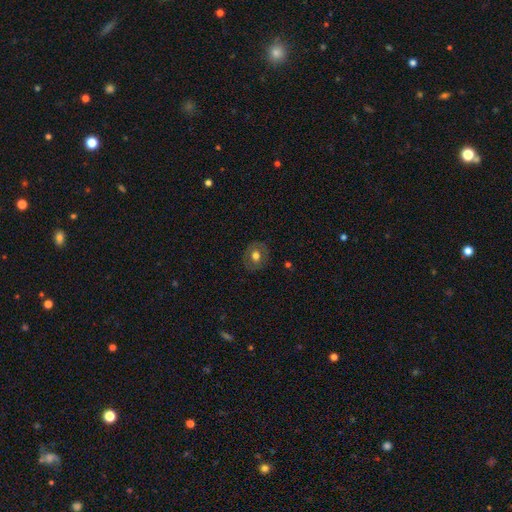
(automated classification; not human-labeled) Morphology: type=smooth (61%); roundness=round (71%); merging=none (84%).